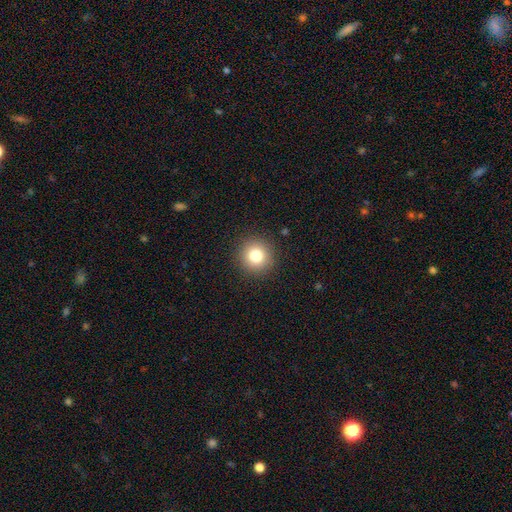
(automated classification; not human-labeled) This is likely a smooth galaxy (80%). How rounded: clearly round (95%). Merging: clearly none (91%).